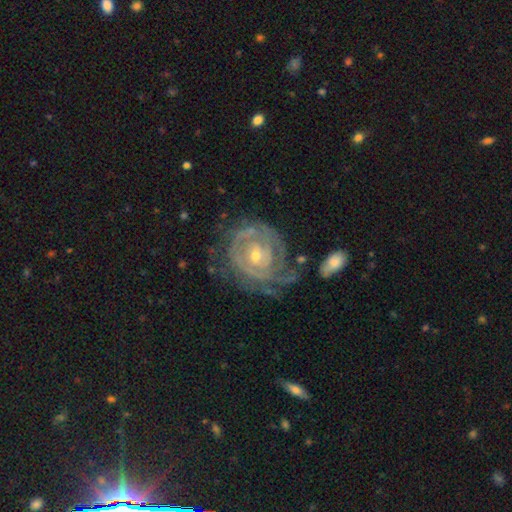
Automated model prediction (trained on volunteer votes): The model was most divided on "bulge size": small: 56%, moderate: 40%, large: 2%, none: 1%, dominant: 1%. Remaining: edge-on disk — no (97%); spiral arms — yes (90%); smooth or featured — featured or disk (86%); spiral winding — tight (79%); bar — no (66%); merging — none (54%); spiral arm count — can't tell (41%).